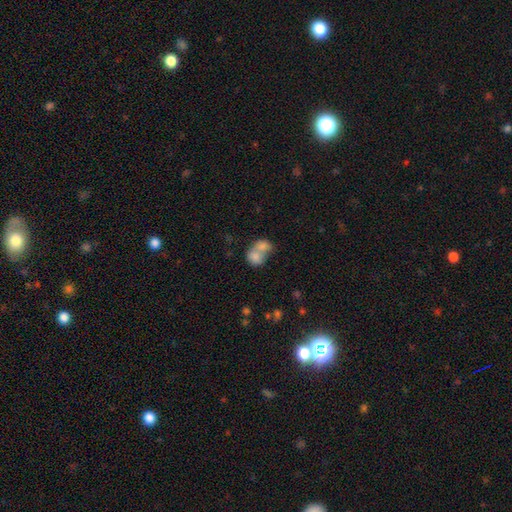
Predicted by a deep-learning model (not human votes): smooth_or_featured: smooth (p=0.78) [alt: featured or disk p=0.14]
how_rounded: round (p=0.54) [alt: in between p=0.45]
merging: merger (p=0.74) [alt: none p=0.17]